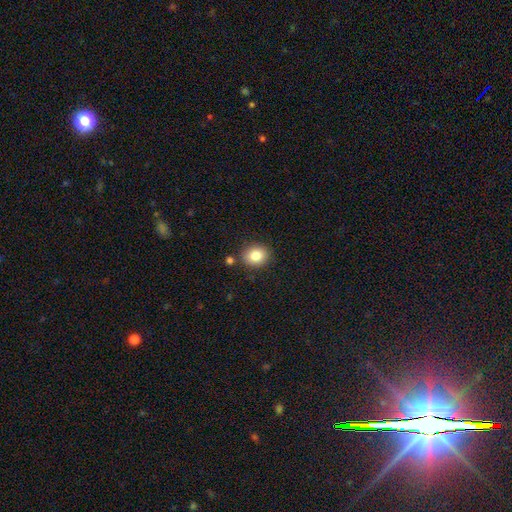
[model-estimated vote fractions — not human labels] A smooth galaxy with no disk features (84%) that is round (64%).

Vote fractions:
- Smooth or featured? smooth: 84% / star or artifact: 9% / featured or disk: 7%
- How rounded? round: 64% / in between: 35% / cigar-shaped: 1%
- Merging? none: 84% / minor disturbance: 9% / merger: 4% / major disturbance: 2%